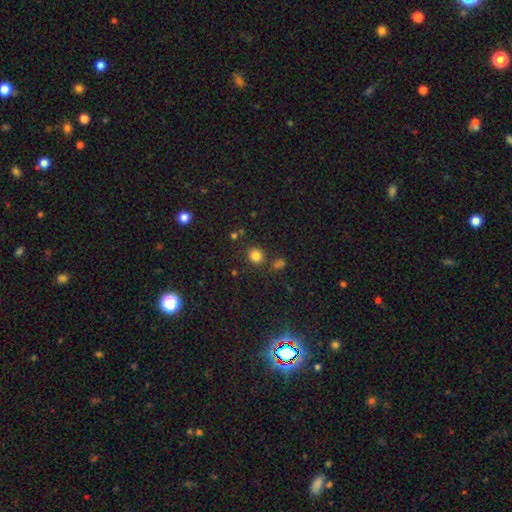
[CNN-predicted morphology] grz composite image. It shows a smooth galaxy with no disk features (82%) that is round (80%). Merging: none (81%).